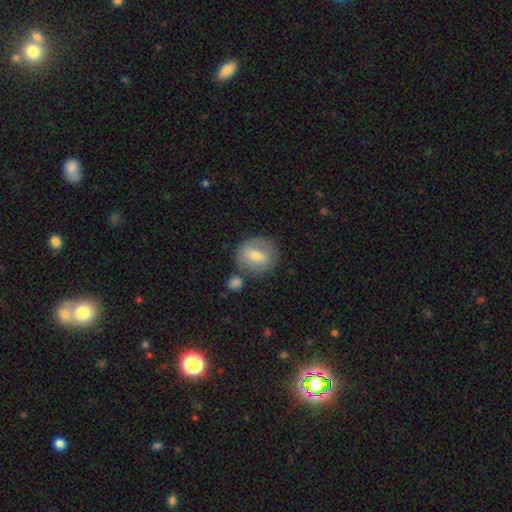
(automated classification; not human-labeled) smooth-or-featured: smooth: 63% | featured or disk: 30% | star or artifact: 7%
  how-rounded: round: 76% | in between: 23% | cigar-shaped: 2%
  merging: none: 67% | minor disturbance: 15% | merger: 12% | major disturbance: 5%